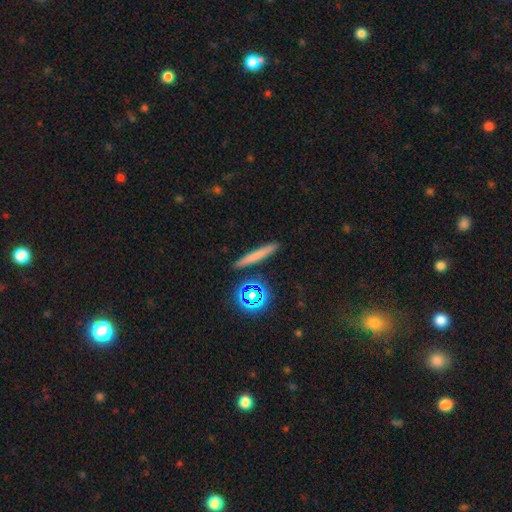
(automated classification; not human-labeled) The model was most divided on "smooth or featured": smooth: 65%, featured or disk: 20%, star or artifact: 15%. More confident: how rounded — cigar-shaped (91%); merging — none (89%).